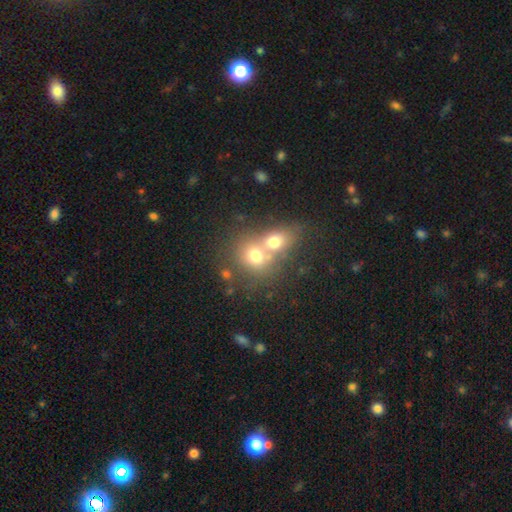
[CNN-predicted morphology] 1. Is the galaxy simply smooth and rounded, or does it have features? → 67% smooth, 20% featured or disk, 14% star or artifact.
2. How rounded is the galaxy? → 68% round, 30% in between, 1% cigar-shaped.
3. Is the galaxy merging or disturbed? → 63% merger, 27% none, 6% minor disturbance, 4% major disturbance.